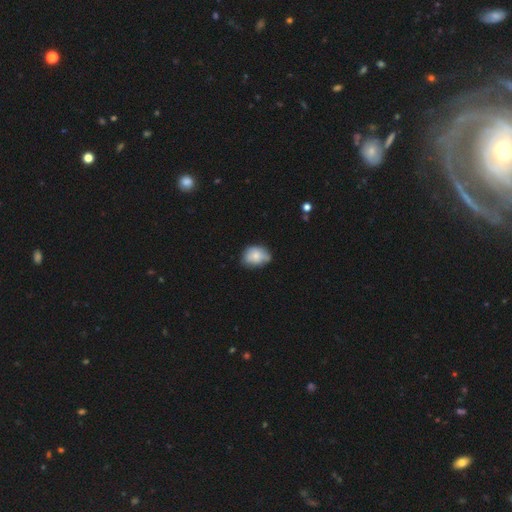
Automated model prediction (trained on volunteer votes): Smooth or featured? Predicted: smooth (p=0.76). How rounded? Predicted: in between (p=0.63). Merging? Predicted: none (p=0.53).